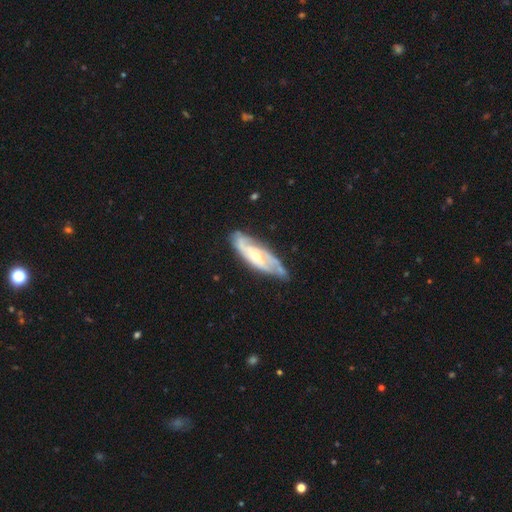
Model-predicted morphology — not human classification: smooth-or-featured: featured or disk: 77% | smooth: 18% | star or artifact: 5%
  disk-edge-on: no: 77% | yes: 23%
    bar: no: 56% | weak: 34% | strong: 11%
    has-spiral-arms: yes: 87% | no: 13%
      spiral-winding: tight: 48% | medium: 38% | loose: 14%
      spiral-arm-count: 2: 42% | can't tell: 38% | 3: 10% | 1: 4% | 4: 3% | more than 4: 2%
    bulge-size: moderate: 54% | small: 41% | large: 3% | none: 1% | dominant: 1%
  merging: none: 65% | minor disturbance: 25% | major disturbance: 7% | merger: 3%